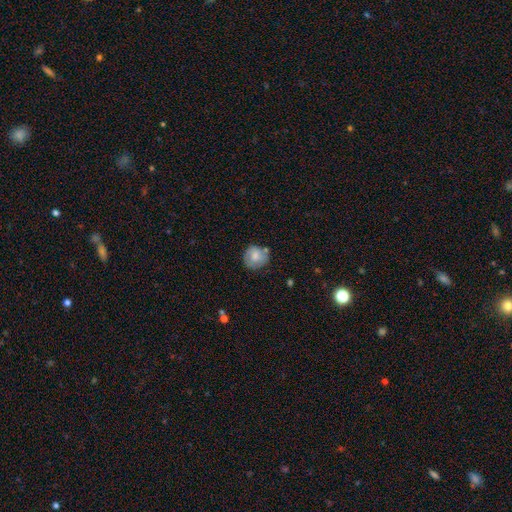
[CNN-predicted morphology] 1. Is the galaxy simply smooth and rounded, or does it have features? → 66% smooth, 26% featured or disk, 8% star or artifact.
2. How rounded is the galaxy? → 84% round, 15% in between, 1% cigar-shaped.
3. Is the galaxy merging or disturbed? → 66% none, 21% minor disturbance, 6% merger, 6% major disturbance.